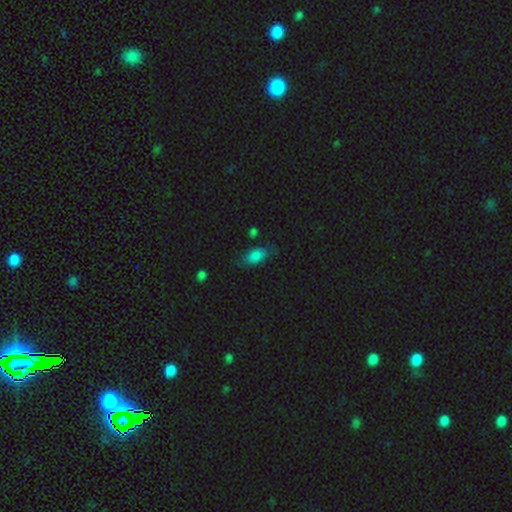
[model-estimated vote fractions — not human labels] Overall: smooth (80%). How rounded: in between (88%). Merging: none (66%).